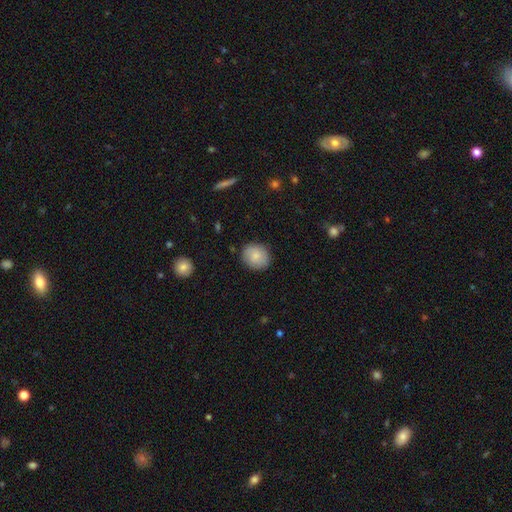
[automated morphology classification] This is likely a smooth galaxy (80%). How rounded: likely round (78%). Merging: clearly none (86%).